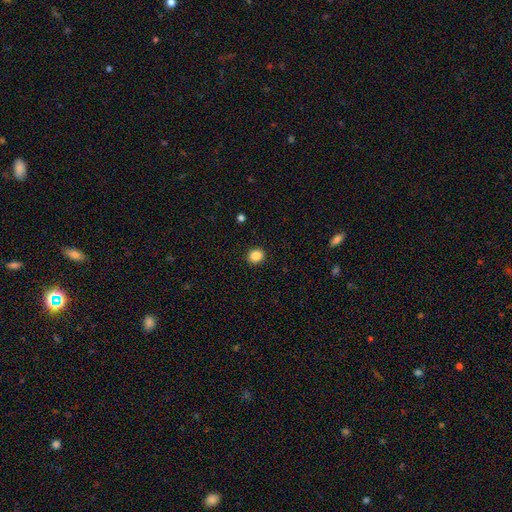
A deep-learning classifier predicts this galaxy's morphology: type=smooth (87%); roundness=round (76%); merging=none (92%).